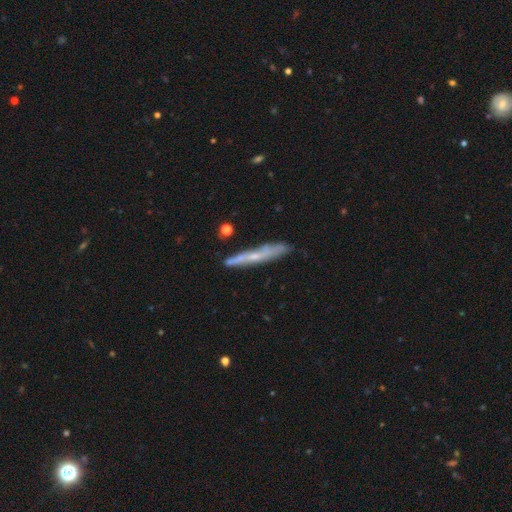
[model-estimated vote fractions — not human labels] A featured or disk galaxy (56%) viewed edge-on (83%).

Vote fractions:
- Smooth or featured? featured or disk: 56% / smooth: 37% / star or artifact: 7%
- Edge-on disk? yes: 83% / no: 17%
- Merging? none: 78% / minor disturbance: 16% / merger: 3% / major disturbance: 3%